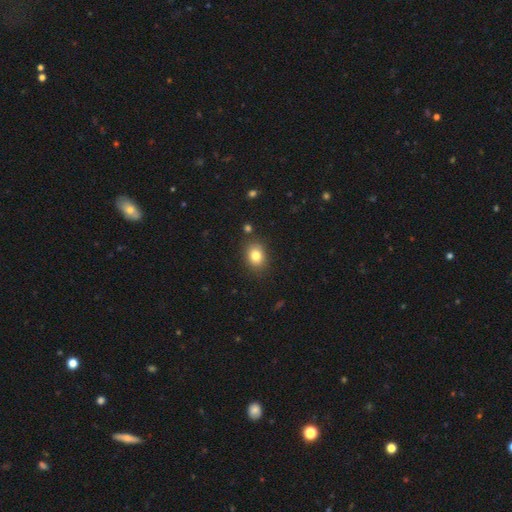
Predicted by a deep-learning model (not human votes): Smooth or featured? smooth (82%)
How rounded? in between (56%)
Merging? none (84%)